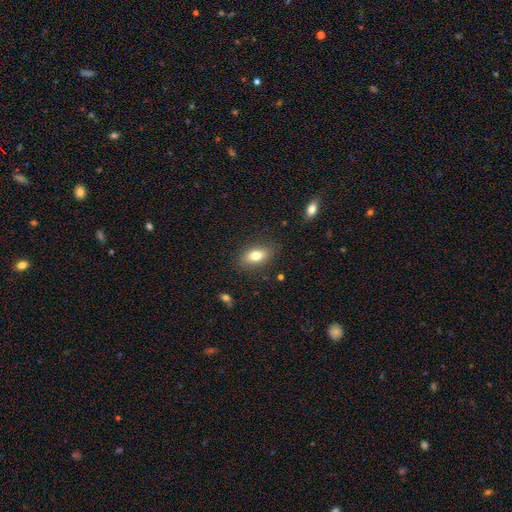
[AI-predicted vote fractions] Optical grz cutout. It shows a smooth galaxy with no disk features (79%) that is in between round and cigar-shaped (86%). Merging: none (85%).